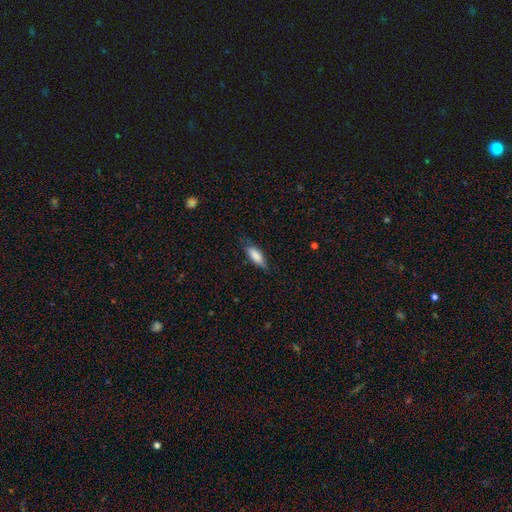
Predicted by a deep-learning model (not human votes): Smooth or featured: smooth — 81% (featured or disk — 13%)
How rounded: in between — 68% (cigar-shaped — 30%)
Merging: none — 67% (minor disturbance — 25%)